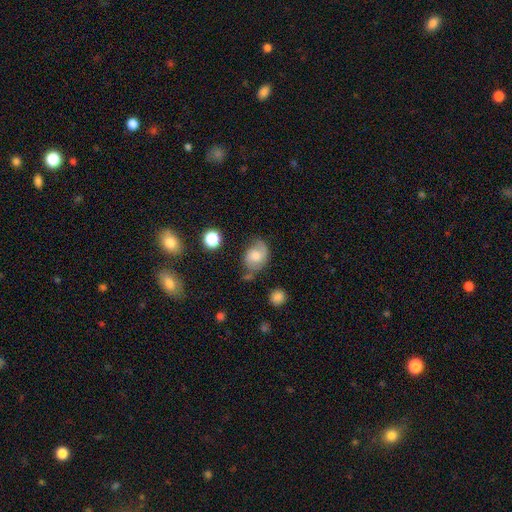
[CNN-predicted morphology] Smooth or featured? Predicted: featured or disk (p=0.49). Merging? Predicted: none (p=0.53).